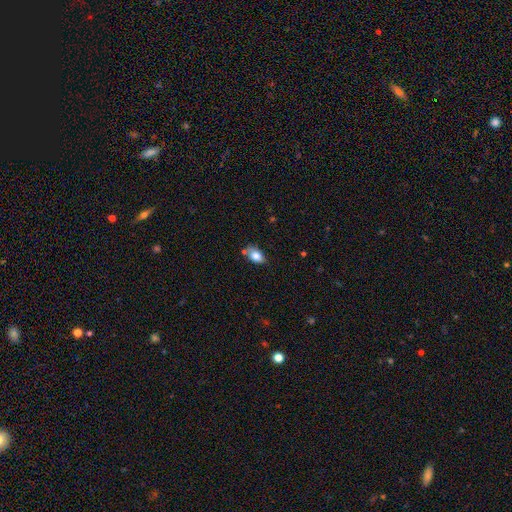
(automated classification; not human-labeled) This is likely a smooth galaxy (79%). How rounded: clearly in between (87%). Merging: likely none (64%).